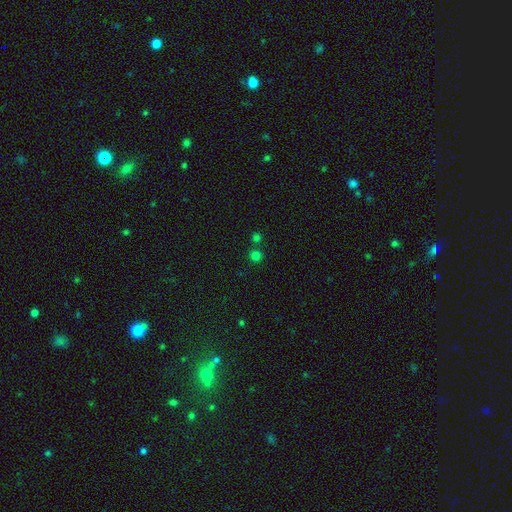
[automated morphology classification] smooth 73%, star or artifact 22%, featured or disk 5%. Down the decision tree: how rounded — round (94%); merging — none (76%).